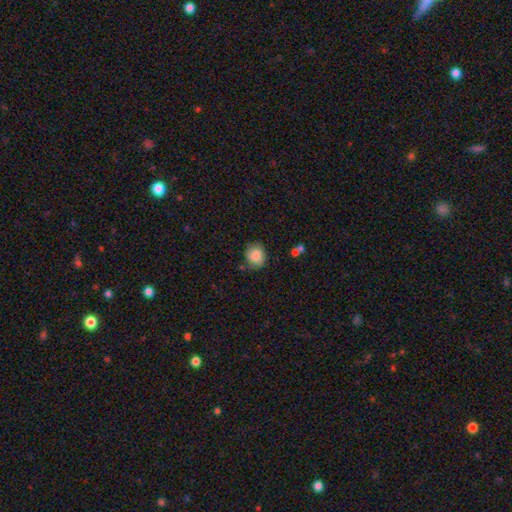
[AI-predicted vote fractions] smooth-or-featured: smooth: 81% | featured or disk: 11% | star or artifact: 8%
  how-rounded: round: 72% | in between: 27% | cigar-shaped: 1%
  merging: none: 72% | minor disturbance: 20% | major disturbance: 5% | merger: 3%